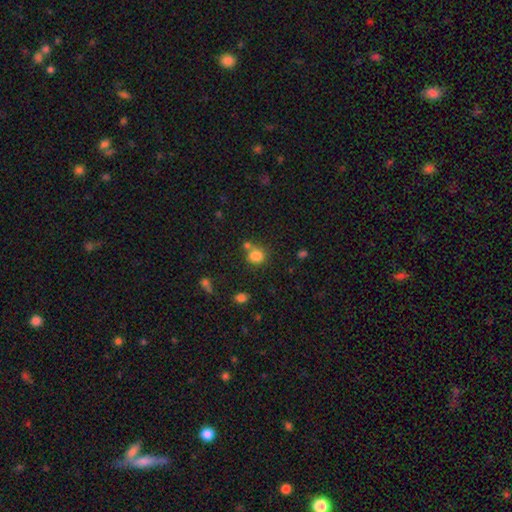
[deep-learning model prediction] smooth-or-featured: smooth: 82% | star or artifact: 12% | featured or disk: 6%
  how-rounded: round: 71% | in between: 28% | cigar-shaped: 1%
  merging: none: 57% | merger: 27% | minor disturbance: 12% | major disturbance: 5%